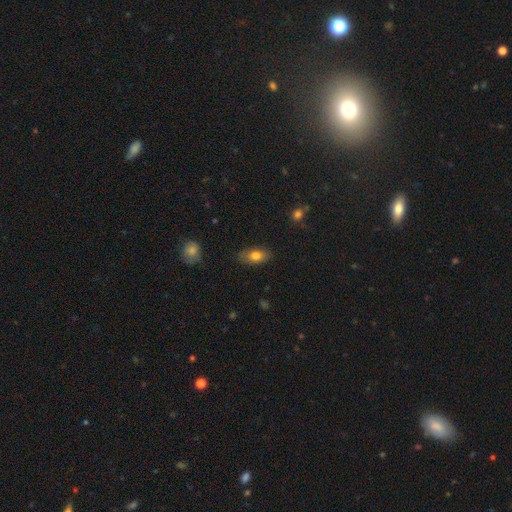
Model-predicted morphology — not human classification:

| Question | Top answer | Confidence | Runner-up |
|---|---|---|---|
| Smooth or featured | smooth | 79% | featured or disk (14%) |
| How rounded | in between | 88% | round (7%) |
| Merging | none | 83% | minor disturbance (13%) |